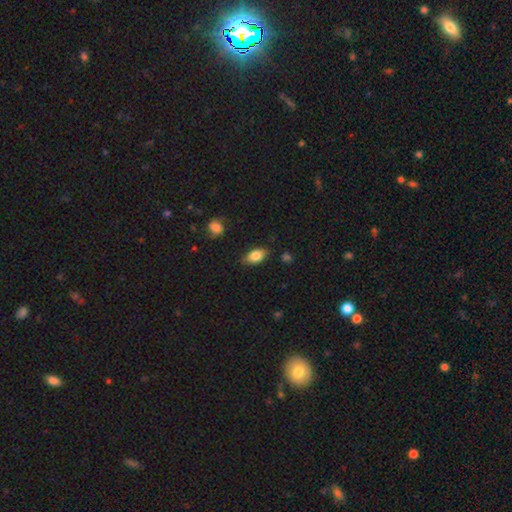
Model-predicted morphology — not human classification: A smooth galaxy with no disk features (82%) that is in between round and cigar-shaped (89%). Merging: none (80%).